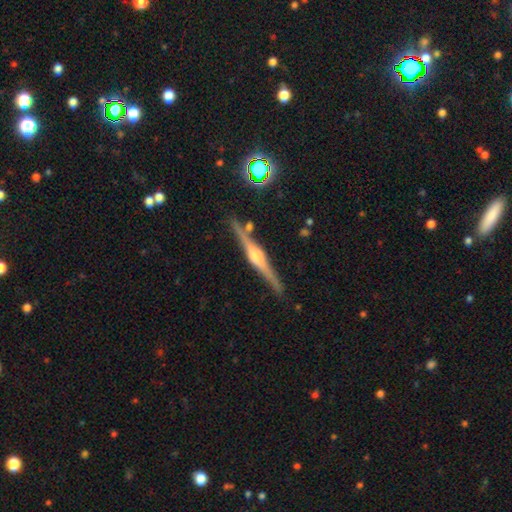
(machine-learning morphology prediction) type=featured or disk (85%); edge-on=yes (98%); edge-on bulge=rounded (88%); merging=none (88%).